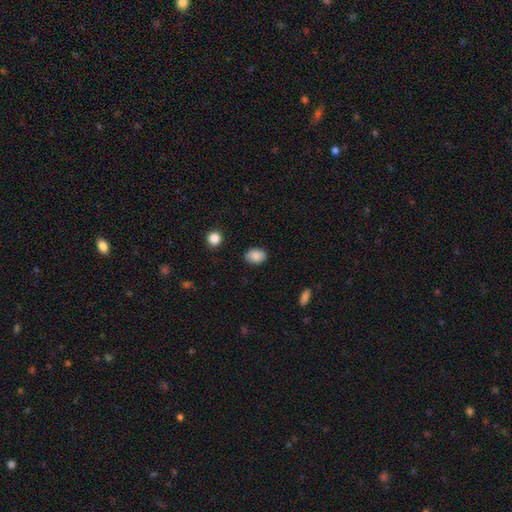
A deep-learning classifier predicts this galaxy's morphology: smooth_or_featured: smooth (p=0.88) [alt: star or artifact p=0.08]
how_rounded: in between (p=0.74) [alt: round p=0.25]
merging: none (p=0.86) [alt: minor disturbance p=0.10]